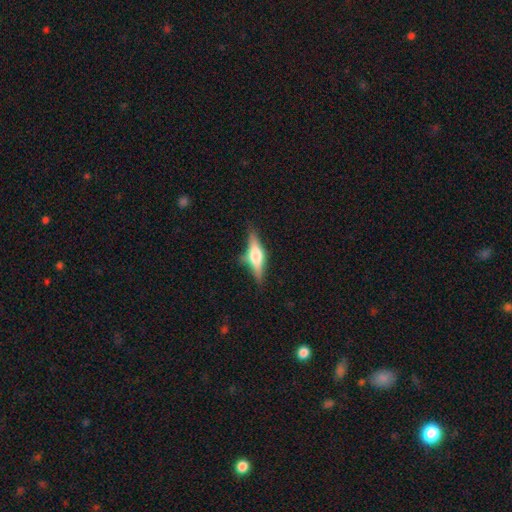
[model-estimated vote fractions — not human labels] A featured or disk galaxy (55%) viewed edge-on (93%) with a rounded central bulge (88%). Merging: none (76%).